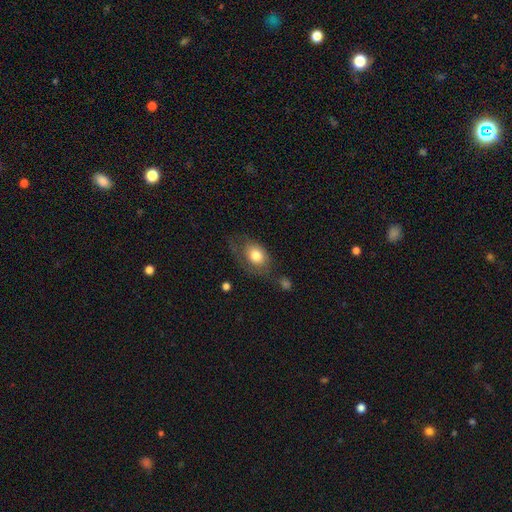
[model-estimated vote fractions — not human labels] This is likely a smooth galaxy (74%). How rounded: likely in between (71%). Merging: possibly none (46%).